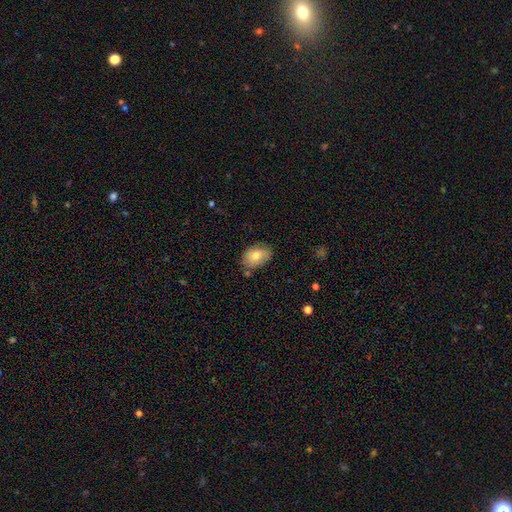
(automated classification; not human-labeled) Smooth or featured?
  - smooth: 77% *
  - featured or disk: 15%
  - star or artifact: 8%
How rounded?
  - in between: 86% *
  - round: 13%
  - cigar-shaped: 1%
Merging?
  - none: 70% *
  - minor disturbance: 22%
  - merger: 4%
  - major disturbance: 4%